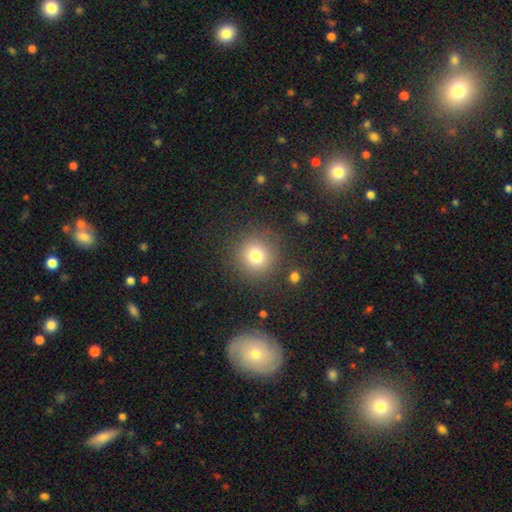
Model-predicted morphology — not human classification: smooth 77%, star or artifact 14%, featured or disk 9%. Down the decision tree: how rounded — round (92%); merging — none (85%).